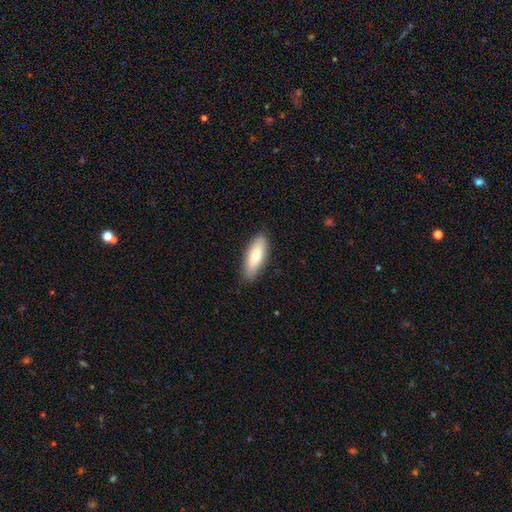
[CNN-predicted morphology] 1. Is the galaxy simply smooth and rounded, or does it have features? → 80% smooth, 14% featured or disk, 5% star or artifact.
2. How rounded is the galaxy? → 66% in between, 33% cigar-shaped, 2% round.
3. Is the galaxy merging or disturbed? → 86% none, 11% minor disturbance, 2% major disturbance, 1% merger.